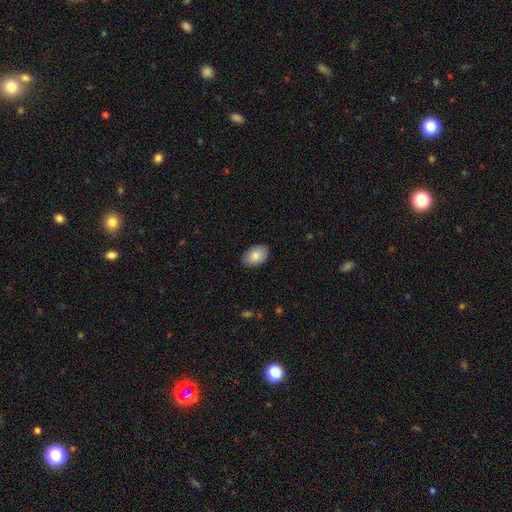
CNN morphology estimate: A smooth galaxy with no disk features (85%) that is in between round and cigar-shaped (87%).

Vote fractions:
- Smooth or featured? smooth: 85% / featured or disk: 9% / star or artifact: 7%
- How rounded? in between: 87% / round: 12% / cigar-shaped: 1%
- Merging? none: 88% / minor disturbance: 10% / major disturbance: 2% / merger: 1%